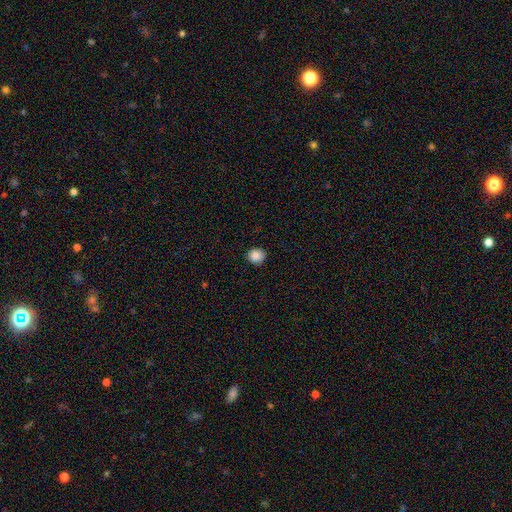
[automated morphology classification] smooth 87%, star or artifact 10%, featured or disk 3%. Down the decision tree: how rounded — round (88%); merging — none (88%).